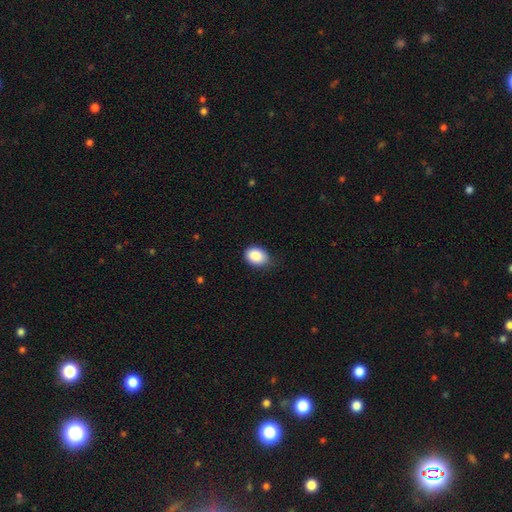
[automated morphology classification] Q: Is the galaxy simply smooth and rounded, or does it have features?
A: smooth — 88%.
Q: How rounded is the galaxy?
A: in between — 69%.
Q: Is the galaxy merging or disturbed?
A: none — 70%.